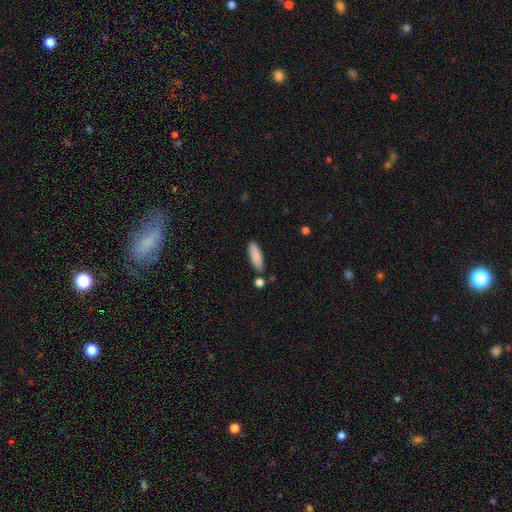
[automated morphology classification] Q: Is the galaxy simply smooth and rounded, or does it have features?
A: smooth — 87%.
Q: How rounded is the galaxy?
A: in between — 50%.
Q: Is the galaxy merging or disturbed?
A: none — 80%.